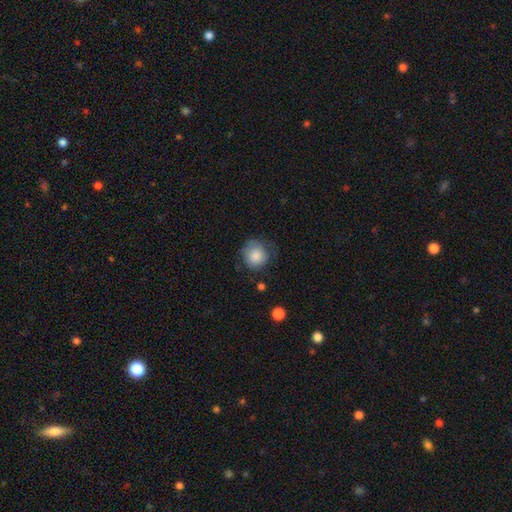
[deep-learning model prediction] Overall: smooth (84%). How rounded: round (87%). Merging: none (60%; minor disturbance 27%).